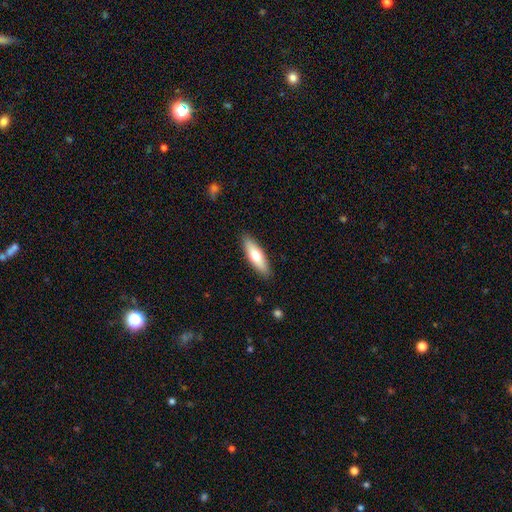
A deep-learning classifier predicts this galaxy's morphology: type=smooth (70%); roundness=cigar-shaped (53%); merging=none (89%).